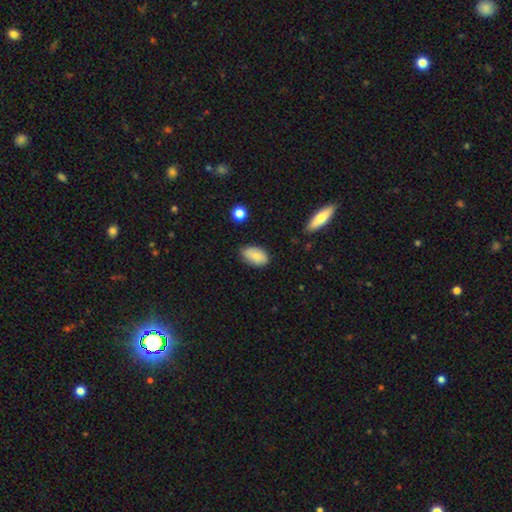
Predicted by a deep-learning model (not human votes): Smooth or featured? smooth (80%)
How rounded? in between (92%)
Merging? none (68%)